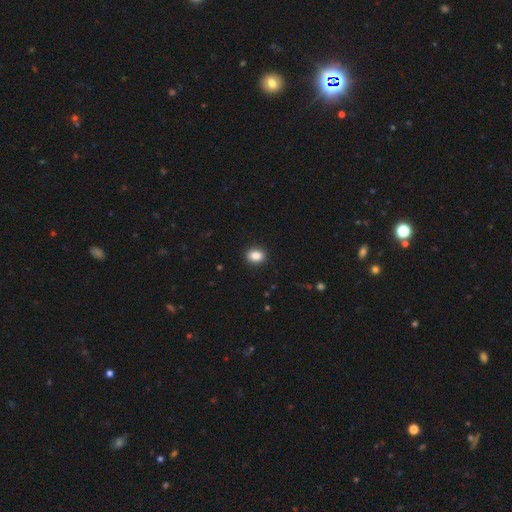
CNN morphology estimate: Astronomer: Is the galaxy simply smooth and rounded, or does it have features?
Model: smooth — 88%.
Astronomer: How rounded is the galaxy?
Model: in between — 61% (runner-up: round, 38%).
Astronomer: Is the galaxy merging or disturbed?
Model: none — 91%.